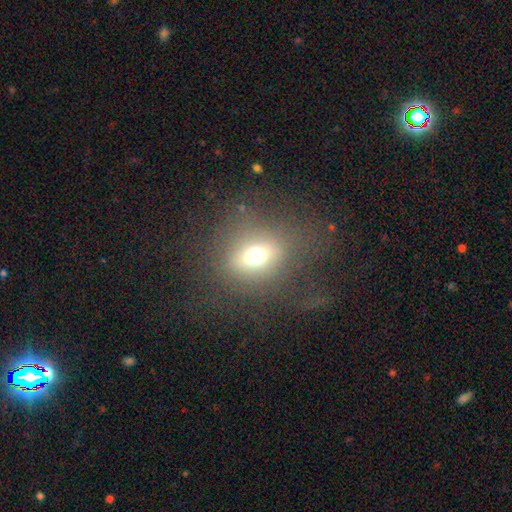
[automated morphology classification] Smooth or featured: smooth — 62% (featured or disk — 20%)
How rounded: round — 59% (in between — 39%)
Merging: none — 64% (major disturbance — 19%)